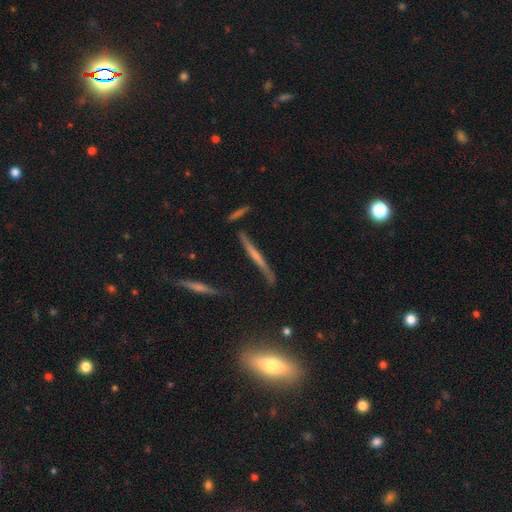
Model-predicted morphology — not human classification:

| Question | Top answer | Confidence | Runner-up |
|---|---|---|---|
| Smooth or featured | featured or disk | 57% | smooth (34%) |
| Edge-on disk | yes | 93% | no (7%) |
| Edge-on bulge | none | 64% | rounded (23%) |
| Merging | none | 78% | minor disturbance (15%) |